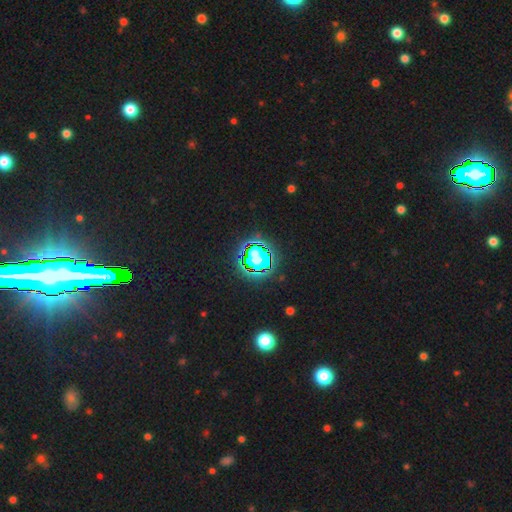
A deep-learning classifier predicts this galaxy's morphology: Q: Smooth or featured?
A: star or artifact (65%); runner-up: smooth (23%)